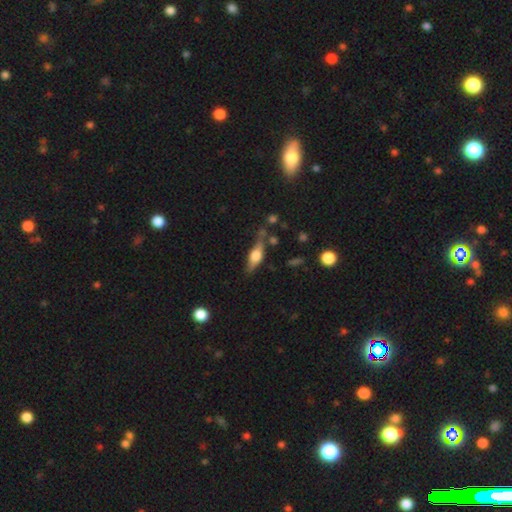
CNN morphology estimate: type=featured or disk (51%); edge-on=yes (88%); merging=none (60%).